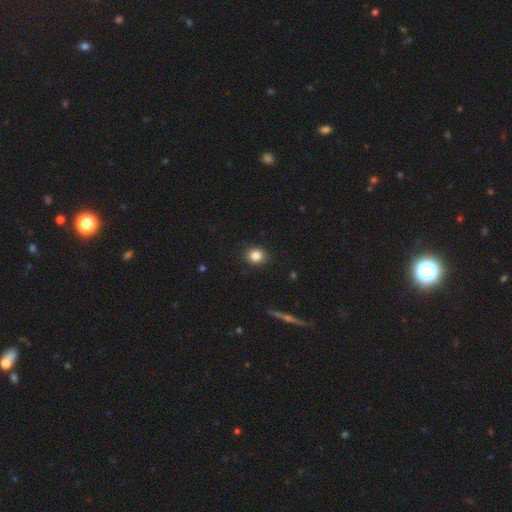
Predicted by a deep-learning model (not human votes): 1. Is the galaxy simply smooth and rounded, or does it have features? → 84% smooth, 11% star or artifact, 6% featured or disk.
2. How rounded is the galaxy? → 72% round, 27% in between, 1% cigar-shaped.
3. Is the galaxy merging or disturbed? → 90% none, 7% minor disturbance, 2% major disturbance, 1% merger.